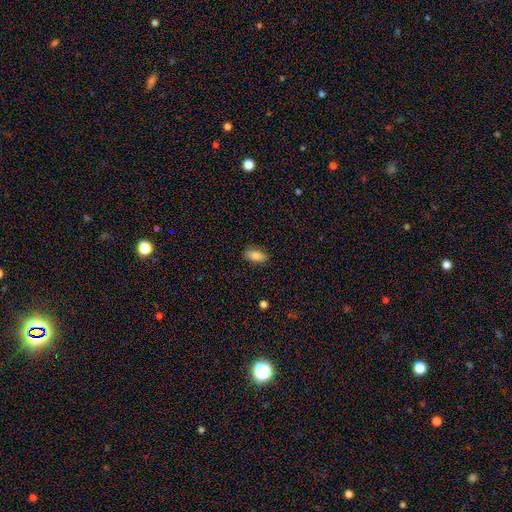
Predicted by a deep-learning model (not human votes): Overall: smooth (83%). How rounded: in between (89%). Merging: none (86%).